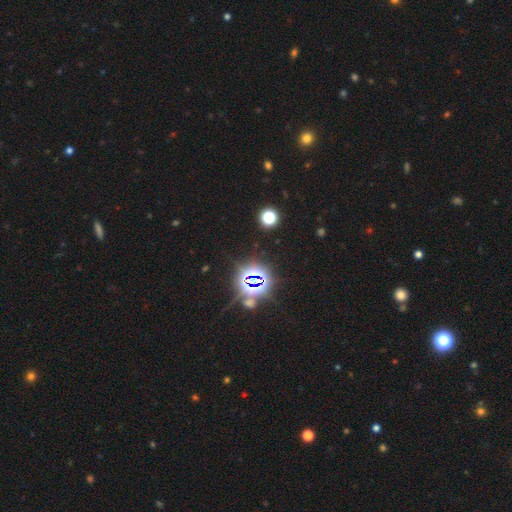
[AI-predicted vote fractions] This appears to be a star or artifact, not a galaxy (81%).